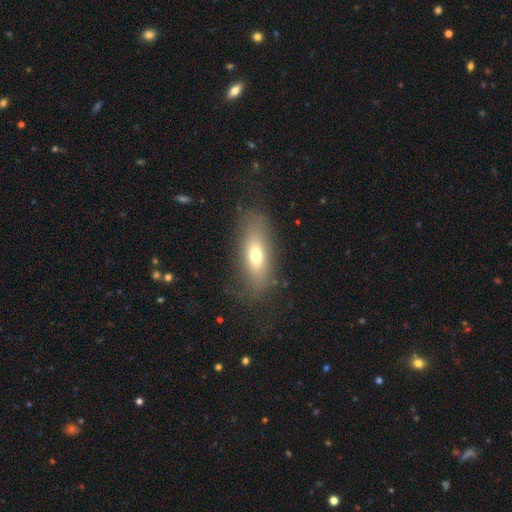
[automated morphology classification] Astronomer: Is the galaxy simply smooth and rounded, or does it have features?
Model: smooth — 63%.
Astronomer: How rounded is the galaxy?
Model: in between — 65%.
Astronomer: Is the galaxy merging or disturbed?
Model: none — 74%.